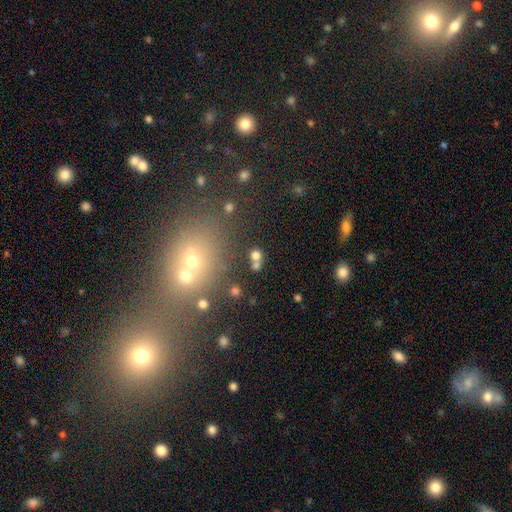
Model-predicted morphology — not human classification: smooth-or-featured: smooth: 70% | star or artifact: 19% | featured or disk: 11%
  how-rounded: round: 70% | in between: 28% | cigar-shaped: 2%
  merging: none: 55% | merger: 31% | minor disturbance: 9% | major disturbance: 5%